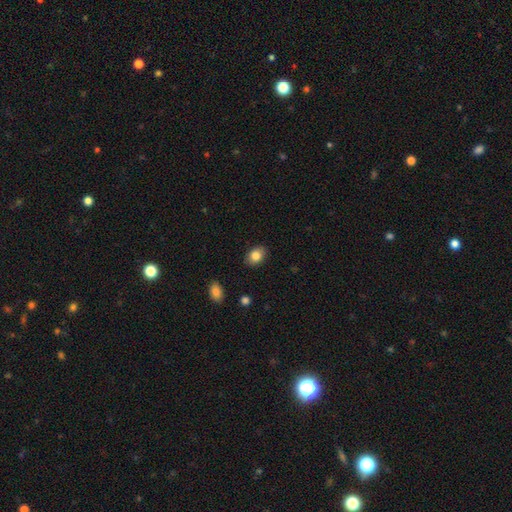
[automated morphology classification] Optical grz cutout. It shows a smooth galaxy with no disk features (83%) that is in between round and cigar-shaped (77%). Merging: none (86%).